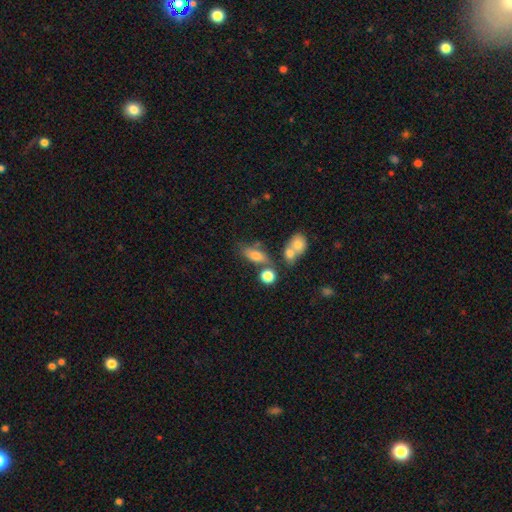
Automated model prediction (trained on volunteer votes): Overall: smooth (71%). How rounded: in between (73%). Merging: none (54%; merger 23%).